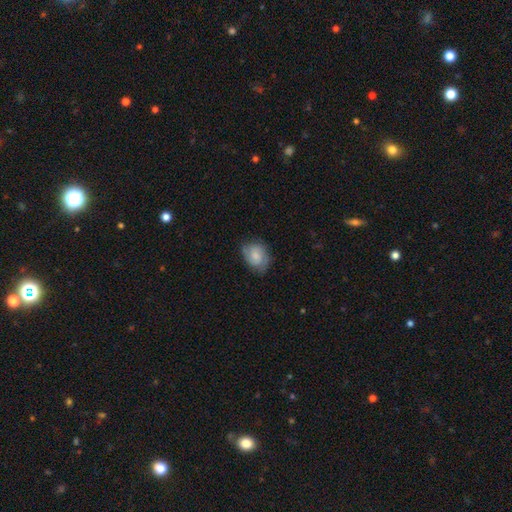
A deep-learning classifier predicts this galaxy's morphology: This appears to be a smooth galaxy with no disk features (63%) that is in between round and cigar-shaped (64%). Merging: none (68%).